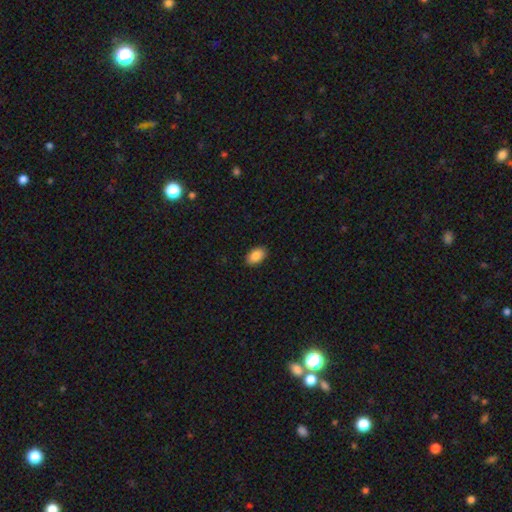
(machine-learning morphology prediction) Smooth or featured?
  - smooth: 88% *
  - star or artifact: 7%
  - featured or disk: 5%
How rounded?
  - in between: 93% *
  - round: 6%
  - cigar-shaped: 1%
Merging?
  - none: 90% *
  - minor disturbance: 8%
  - major disturbance: 2%
  - merger: 1%